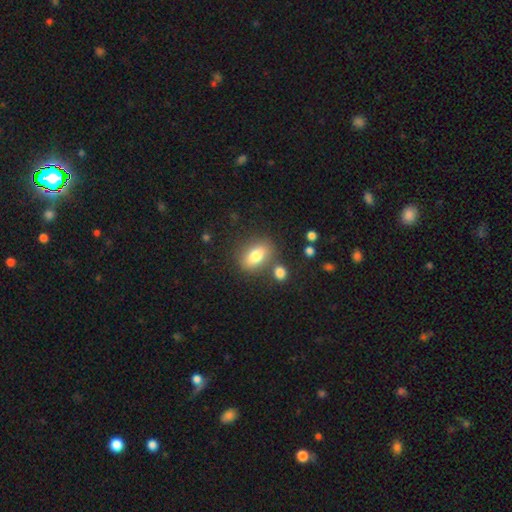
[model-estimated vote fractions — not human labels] Smooth or featured?
  - smooth: 78% *
  - featured or disk: 13%
  - star or artifact: 8%
How rounded?
  - in between: 80% *
  - round: 15%
  - cigar-shaped: 4%
Merging?
  - none: 73% *
  - minor disturbance: 12%
  - merger: 11%
  - major disturbance: 4%